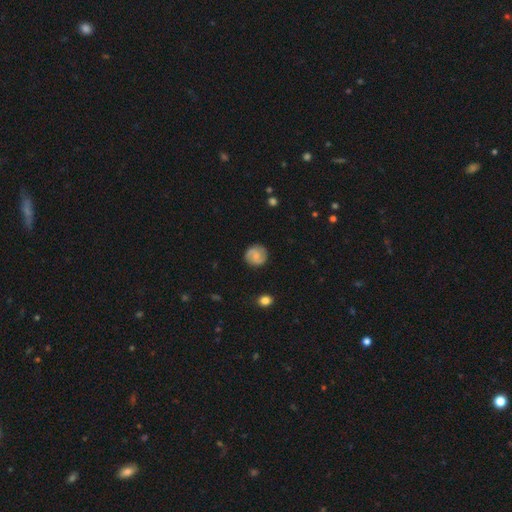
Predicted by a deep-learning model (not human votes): Smooth or featured: featured or disk — 56% (smooth — 37%)
Edge-on disk: no — 98% (yes — 2%)
Bar: weak — 47% (no — 44%)
Spiral arms: yes — 91% (no — 9%)
Bulge size: small — 49% (moderate — 25%)
Merging: none — 86% (minor disturbance — 10%)